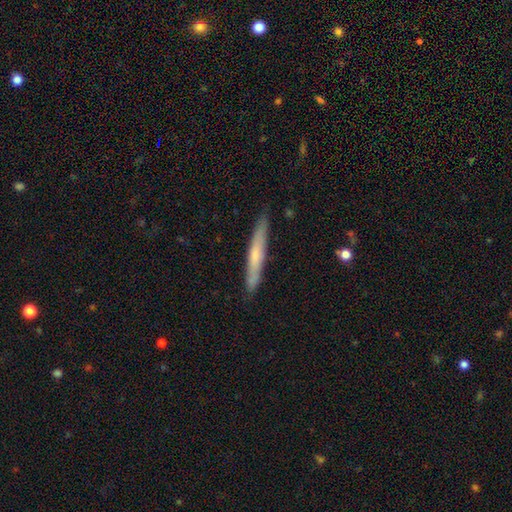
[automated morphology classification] smooth-or-featured: smooth: 52% | featured or disk: 42% | star or artifact: 6%
  how-rounded: cigar-shaped: 96% | in between: 3% | round: 1%
  merging: none: 87% | minor disturbance: 10% | major disturbance: 2% | merger: 1%